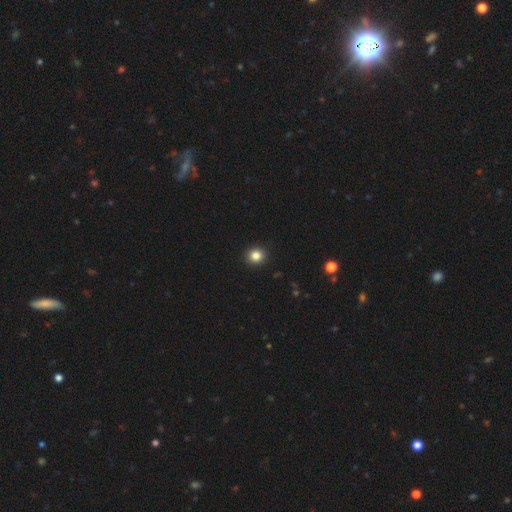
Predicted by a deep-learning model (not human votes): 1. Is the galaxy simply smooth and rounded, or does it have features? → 84% smooth, 11% star or artifact, 4% featured or disk.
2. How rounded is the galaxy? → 89% round, 10% in between, 1% cigar-shaped.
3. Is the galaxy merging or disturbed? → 93% none, 5% minor disturbance, 1% major disturbance, 1% merger.